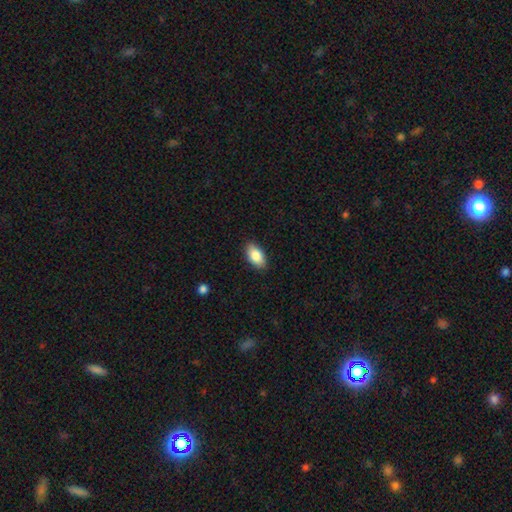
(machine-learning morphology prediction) smooth 85%, featured or disk 8%, star or artifact 7%. Down the decision tree: how rounded — in between (93%); merging — none (87%).